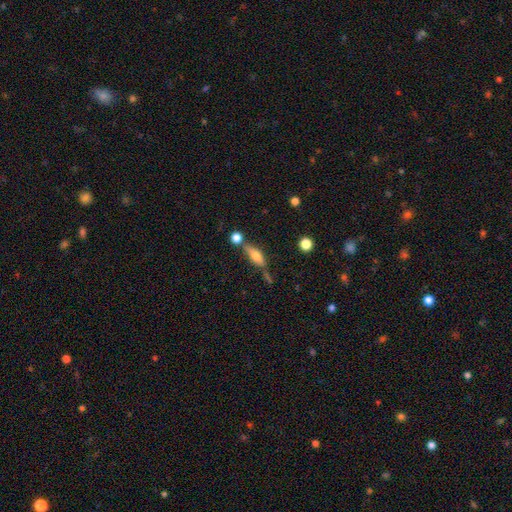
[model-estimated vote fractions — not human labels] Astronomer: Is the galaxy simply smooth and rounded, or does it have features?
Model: smooth — 54% (runner-up: featured or disk, 37%).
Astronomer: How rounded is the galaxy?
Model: in between — 54% (runner-up: cigar-shaped, 41%).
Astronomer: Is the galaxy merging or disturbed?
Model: none — 57%.